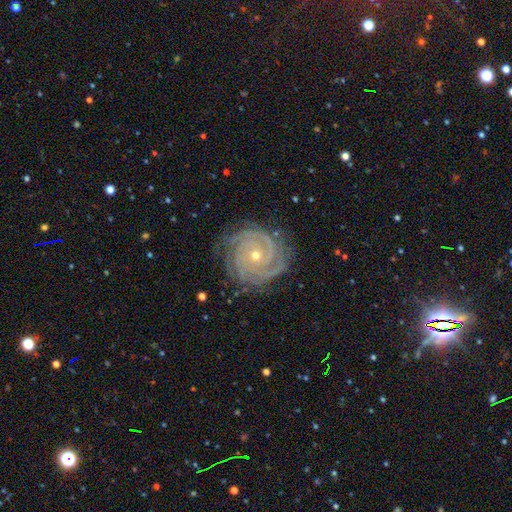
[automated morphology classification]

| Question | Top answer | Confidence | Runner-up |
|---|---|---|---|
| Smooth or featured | featured or disk | 91% | star or artifact (6%) |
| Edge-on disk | no | 98% | yes (2%) |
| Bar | no | 76% | weak (16%) |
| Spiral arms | yes | 99% | no (1%) |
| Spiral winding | tight | 86% | medium (12%) |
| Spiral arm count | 3 | 30% | 4 (21%) |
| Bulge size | small | 63% | moderate (35%) |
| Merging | none | 81% | minor disturbance (14%) |